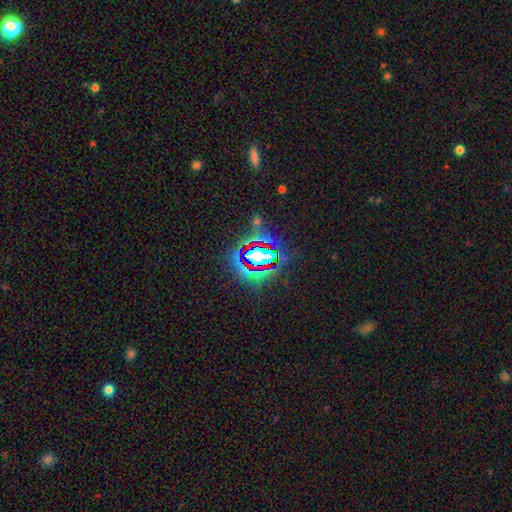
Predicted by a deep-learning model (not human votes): Smooth or featured: star or artifact — 69% (smooth — 19%)